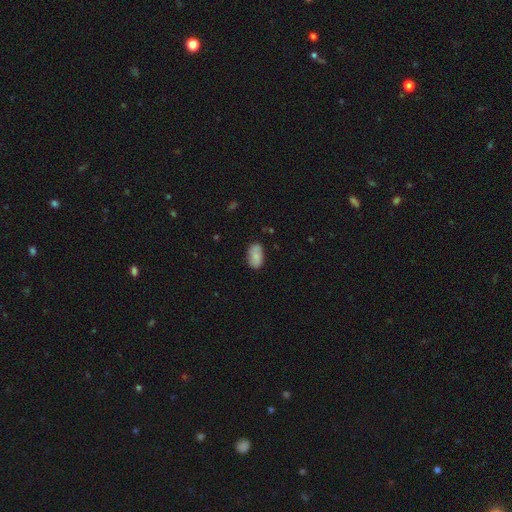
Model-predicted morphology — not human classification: smooth 82%, featured or disk 11%, star or artifact 7%. Down the decision tree: how rounded — in between (93%); merging — none (77%).